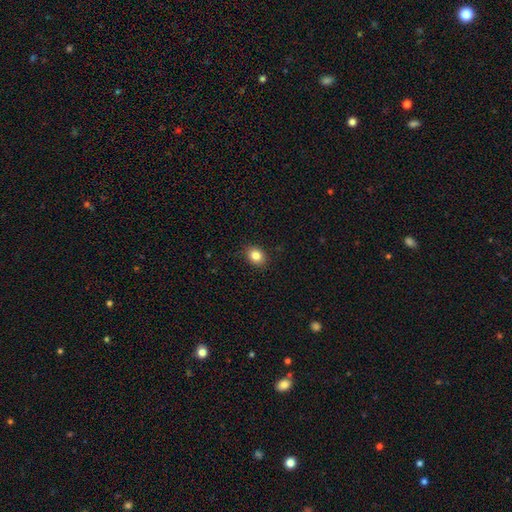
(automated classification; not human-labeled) Smooth or featured: smooth — 84% (star or artifact — 10%)
How rounded: round — 52% (in between — 47%)
Merging: none — 88% (minor disturbance — 9%)